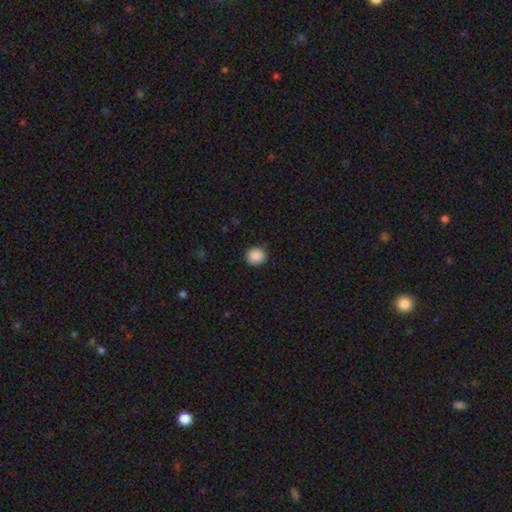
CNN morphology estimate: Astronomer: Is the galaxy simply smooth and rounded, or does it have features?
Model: smooth — 89%.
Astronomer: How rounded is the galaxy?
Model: round — 84%.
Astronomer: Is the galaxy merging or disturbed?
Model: none — 89%.